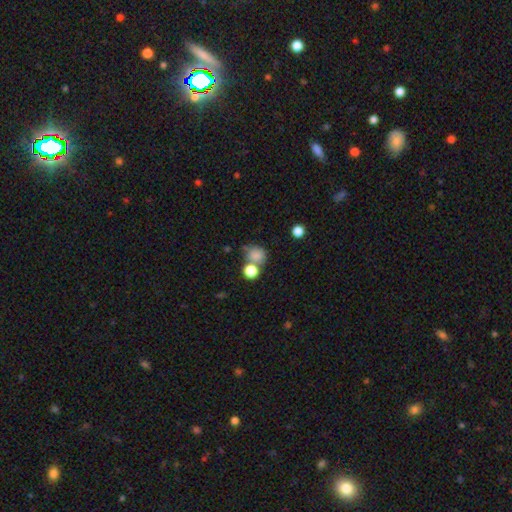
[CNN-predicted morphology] smooth_or_featured: smooth (p=0.81) [alt: star or artifact p=0.12]
how_rounded: round (p=0.74) [alt: in between p=0.24]
merging: none (p=0.50) [alt: merger p=0.29]